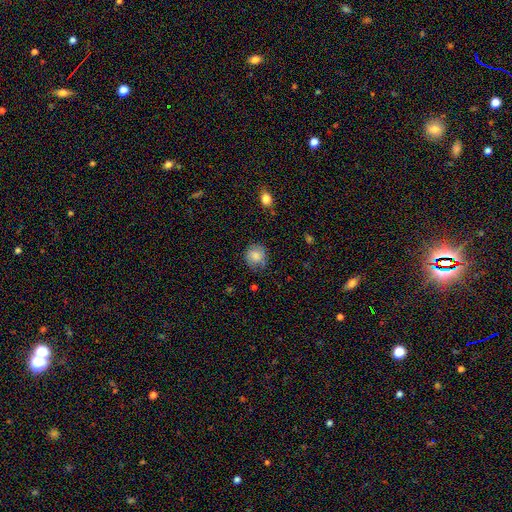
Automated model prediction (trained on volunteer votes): A smooth galaxy with no disk features (77%) that is round (84%). Merging: none (74%).